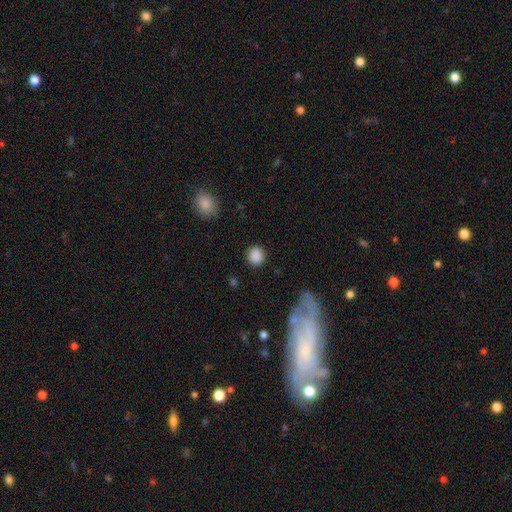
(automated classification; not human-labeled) This is clearly a smooth galaxy (87%). How rounded: clearly round (88%). Merging: clearly none (87%).